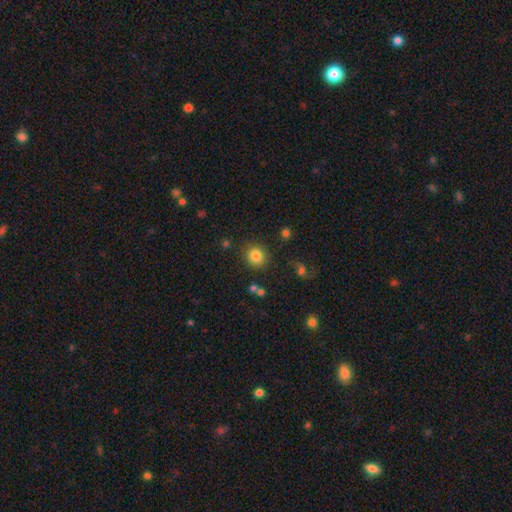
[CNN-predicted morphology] A smooth galaxy with no disk features (83%) that is round (88%).

Vote fractions:
- Smooth or featured? smooth: 83% / star or artifact: 11% / featured or disk: 6%
- How rounded? round: 88% / in between: 11% / cigar-shaped: 1%
- Merging? none: 86% / minor disturbance: 8% / major disturbance: 3% / merger: 3%